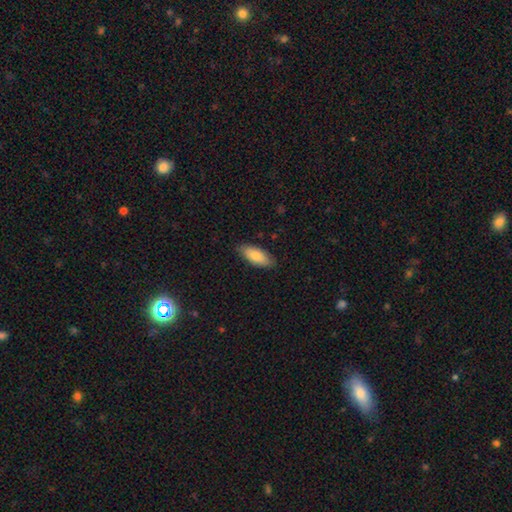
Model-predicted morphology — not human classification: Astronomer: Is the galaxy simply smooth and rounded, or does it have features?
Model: smooth — 81%.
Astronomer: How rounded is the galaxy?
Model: in between — 84%.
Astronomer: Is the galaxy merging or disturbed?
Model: none — 85%.